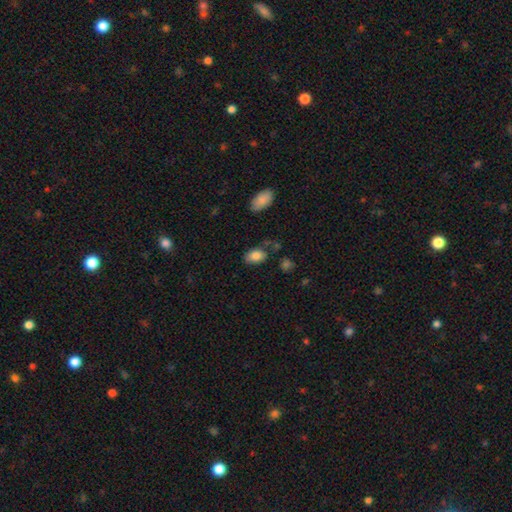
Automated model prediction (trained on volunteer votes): smooth_or_featured: smooth (p=0.84) [alt: featured or disk p=0.09]
how_rounded: in between (p=0.89) [alt: round p=0.10]
merging: none (p=0.69) [alt: minor disturbance p=0.20]